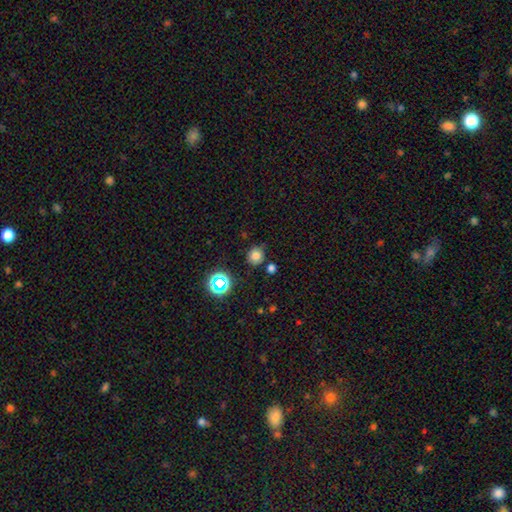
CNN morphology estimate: type=smooth (75%); roundness=round (87%); merging=none (75%).